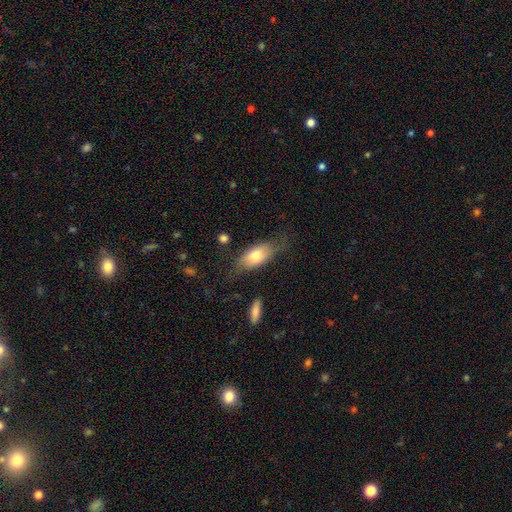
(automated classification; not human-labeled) A smooth galaxy with no disk features (71%) that is in between round and cigar-shaped (84%). Merging: none (61%).